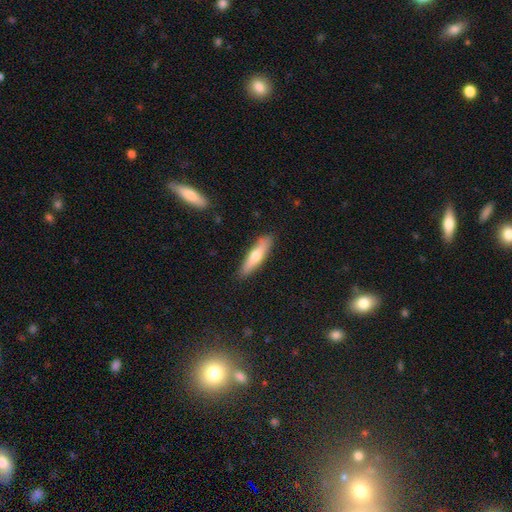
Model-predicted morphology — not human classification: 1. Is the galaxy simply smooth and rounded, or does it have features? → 62% smooth, 32% featured or disk, 6% star or artifact.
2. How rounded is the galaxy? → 79% cigar-shaped, 20% in between, 2% round.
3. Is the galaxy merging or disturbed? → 87% none, 9% minor disturbance, 2% major disturbance, 1% merger.